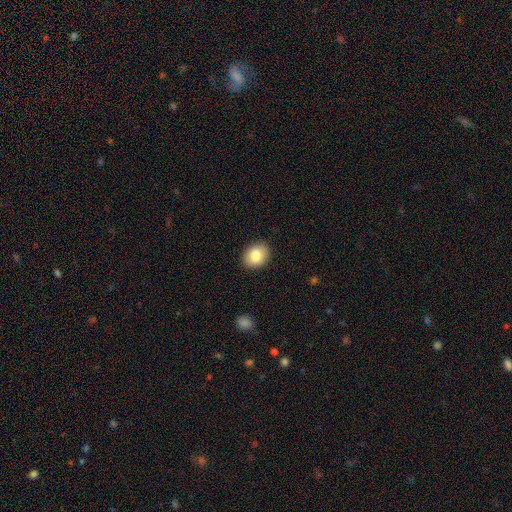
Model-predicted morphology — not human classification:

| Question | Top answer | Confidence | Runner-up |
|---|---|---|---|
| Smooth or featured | smooth | 83% | featured or disk (9%) |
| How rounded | in between | 57% | round (42%) |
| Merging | none | 89% | minor disturbance (8%) |